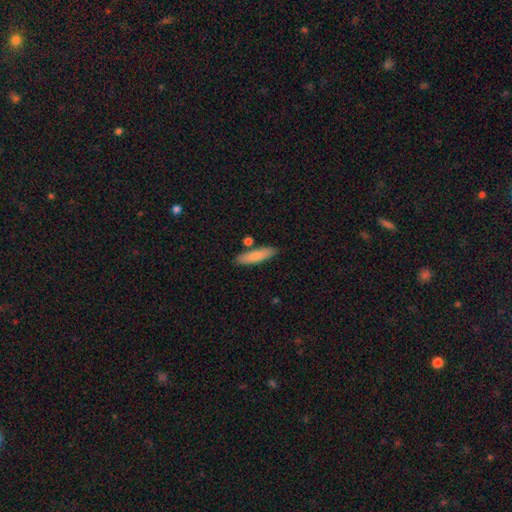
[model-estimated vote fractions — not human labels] smooth 82%, featured or disk 12%, star or artifact 6%. Down the decision tree: how rounded — cigar-shaped (69%); merging — none (80%).